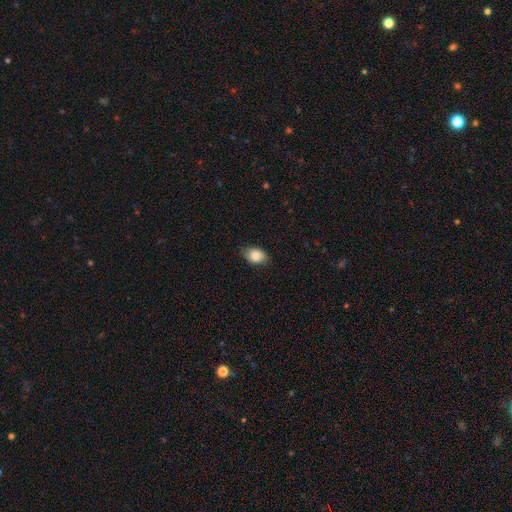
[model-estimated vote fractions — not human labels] Smooth or featured? smooth (86%)
How rounded? in between (79%)
Merging? none (80%)